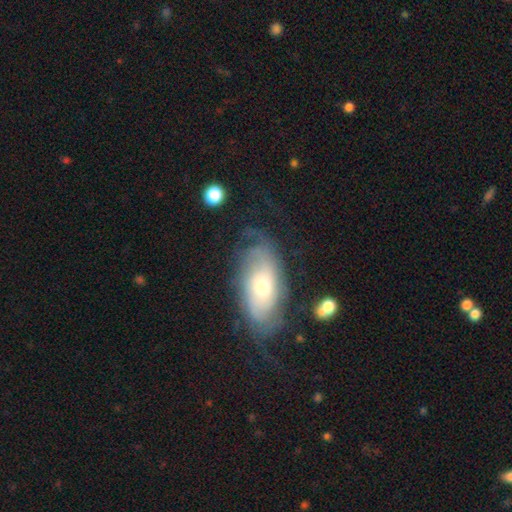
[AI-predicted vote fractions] Smooth or featured: featured or disk — 67% (smooth — 24%)
Edge-on disk: no — 90% (yes — 10%)
Bar: no — 76% (weak — 19%)
Spiral arms: yes — 83% (no — 17%)
Bulge size: moderate — 55% (small — 39%)
Merging: none — 69% (minor disturbance — 19%)